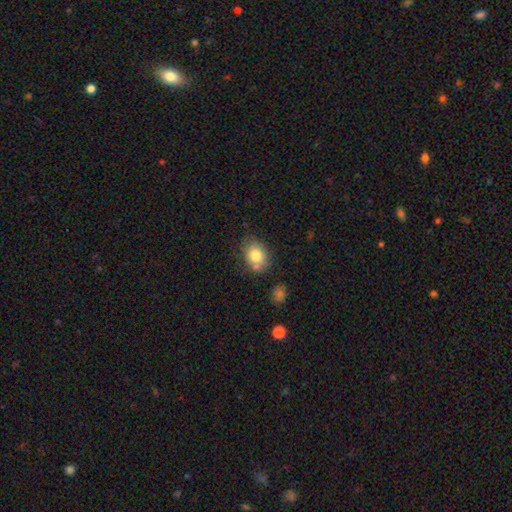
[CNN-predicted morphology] type=smooth (79%); roundness=in between (64%); merging=none (65%).